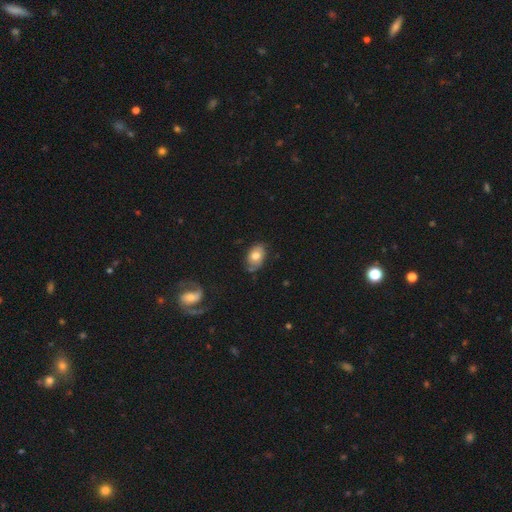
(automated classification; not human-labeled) Smooth or featured? smooth (56%)
How rounded? in between (84%)
Merging? none (66%)